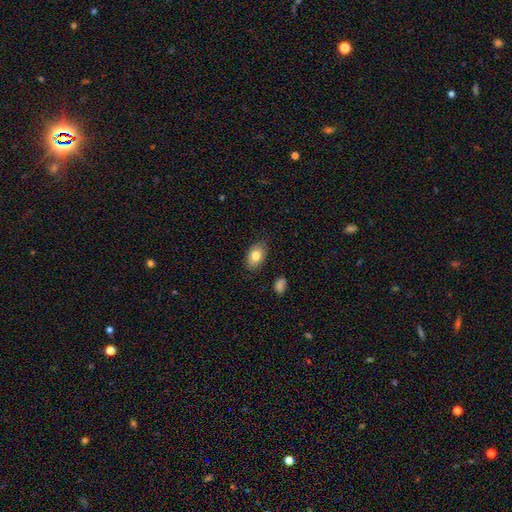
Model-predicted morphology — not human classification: smooth 80%, featured or disk 13%, star or artifact 7%. Down the decision tree: how rounded — in between (89%); merging — none (83%).